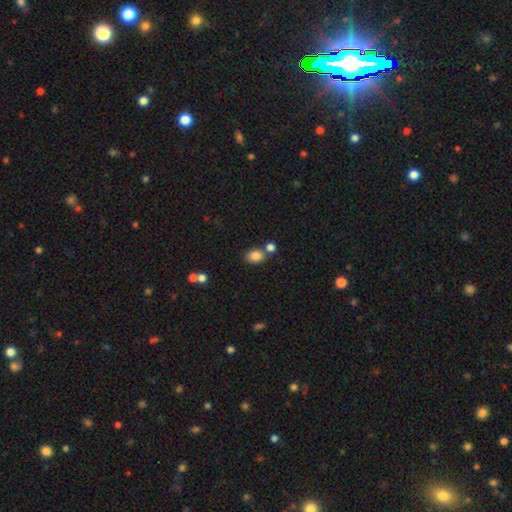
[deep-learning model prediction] smooth-or-featured: smooth: 84% | star or artifact: 10% | featured or disk: 6%
  how-rounded: in between: 63% | round: 36% | cigar-shaped: 1%
  merging: none: 62% | merger: 24% | minor disturbance: 11% | major disturbance: 4%